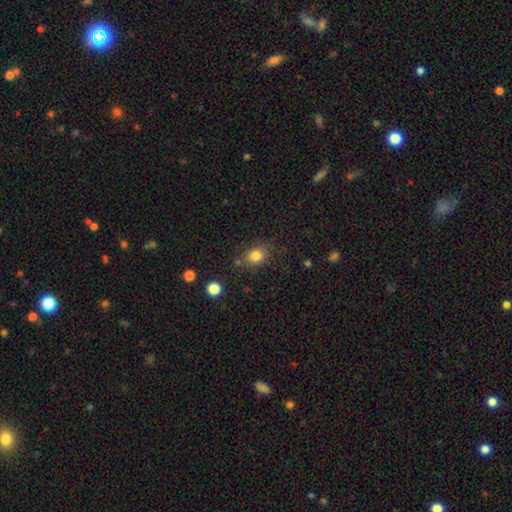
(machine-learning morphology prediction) Smooth or featured: smooth — 82% (star or artifact — 11%)
How rounded: in between — 54% (round — 45%)
Merging: none — 77% (minor disturbance — 14%)